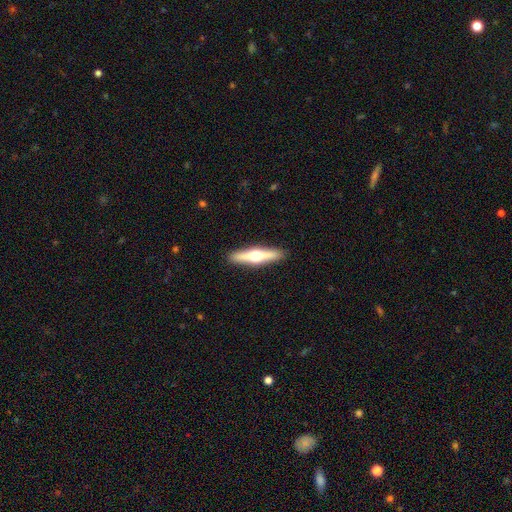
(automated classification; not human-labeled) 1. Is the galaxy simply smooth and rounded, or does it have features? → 62% featured or disk, 33% smooth, 5% star or artifact.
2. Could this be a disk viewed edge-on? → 96% yes, 4% no.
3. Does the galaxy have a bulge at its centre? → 95% rounded, 2% boxy, 2% none.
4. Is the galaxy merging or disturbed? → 91% none, 6% minor disturbance, 1% major disturbance, 1% merger.